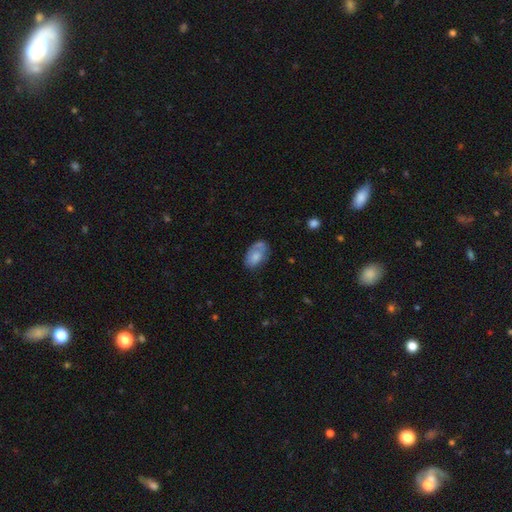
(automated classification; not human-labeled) The model was most divided on "merging": none: 52%, minor disturbance: 28%, major disturbance: 13%, merger: 6%. More confident: how rounded — in between (91%); smooth or featured — smooth (69%).